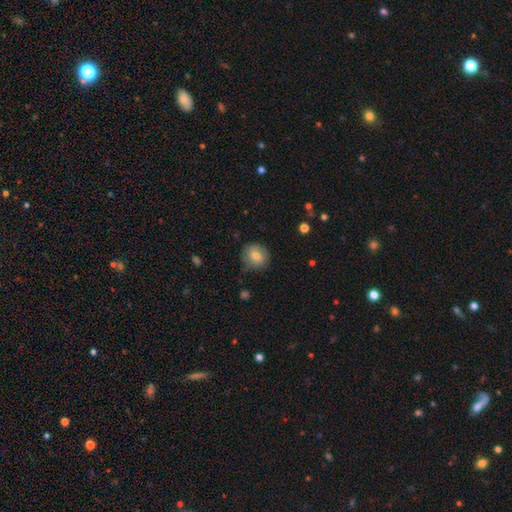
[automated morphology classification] type=smooth (77%); roundness=round (83%); merging=none (76%).